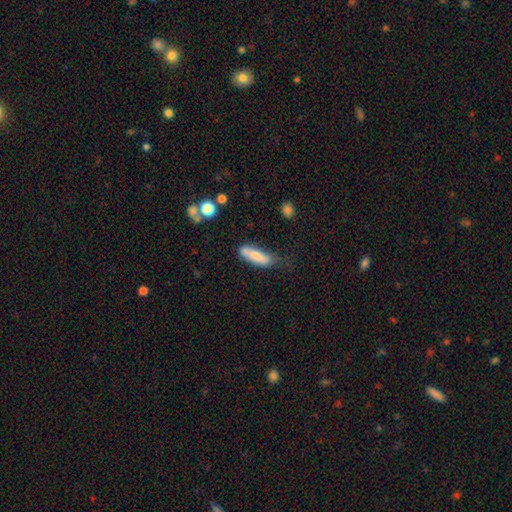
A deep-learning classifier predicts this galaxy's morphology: This is likely a smooth galaxy (77%). How rounded: possibly cigar-shaped (56%). Merging: possibly none (49%).